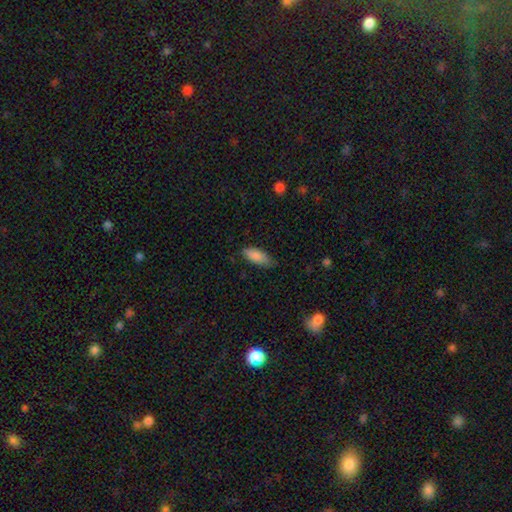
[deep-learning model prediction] Morphology: type=smooth (87%); roundness=in between (80%); merging=none (69%).